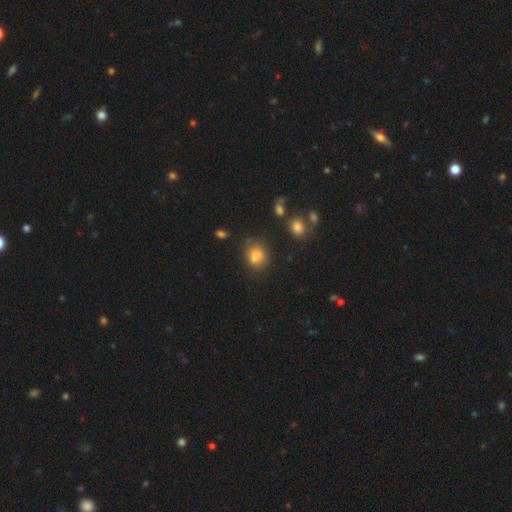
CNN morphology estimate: Overall: smooth (78%). How rounded: round (63%; in between 36%). Merging: none (60%).